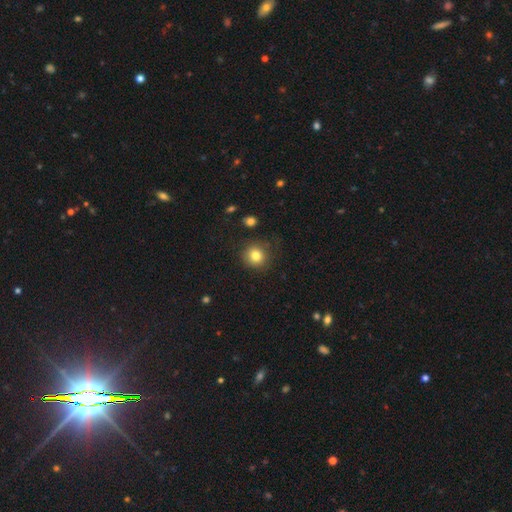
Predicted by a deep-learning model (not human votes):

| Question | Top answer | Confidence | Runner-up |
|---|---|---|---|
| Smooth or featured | smooth | 80% | star or artifact (11%) |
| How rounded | round | 91% | in between (8%) |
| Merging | none | 83% | minor disturbance (11%) |